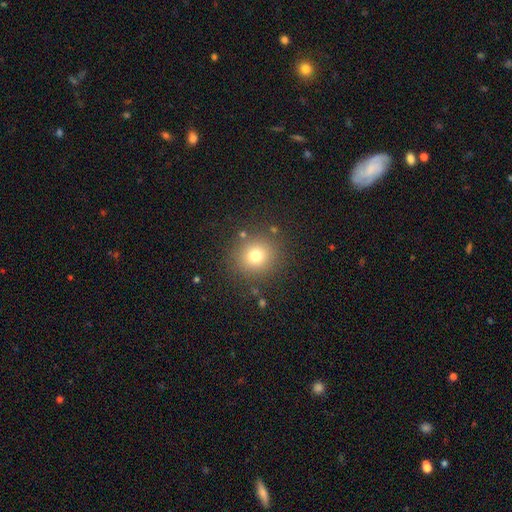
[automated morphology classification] Smooth or featured? Predicted: smooth (p=0.75). How rounded? Predicted: round (p=0.90). Merging? Predicted: none (p=0.86).